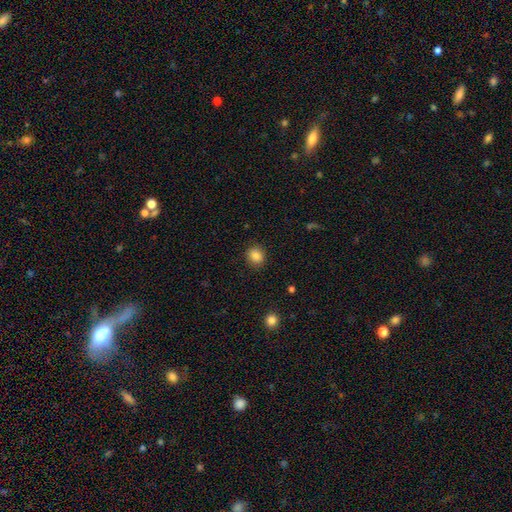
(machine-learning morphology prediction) Smooth or featured: smooth — 86% (star or artifact — 10%)
How rounded: round — 73% (in between — 26%)
Merging: none — 89% (minor disturbance — 7%)